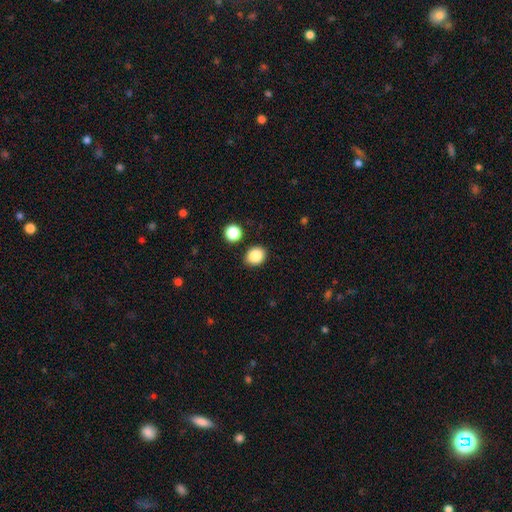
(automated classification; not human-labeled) Overall: smooth (87%). How rounded: round (64%; in between 35%). Merging: none (86%).